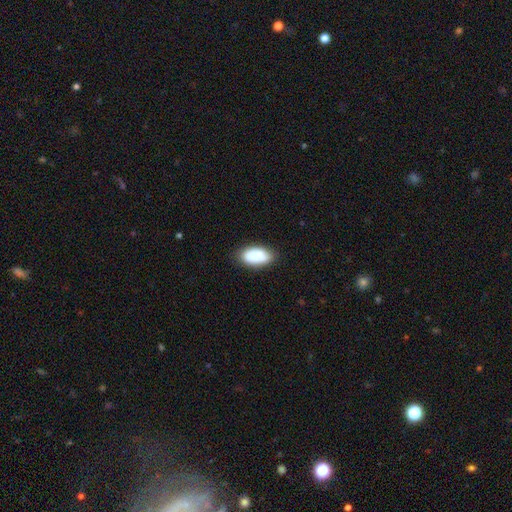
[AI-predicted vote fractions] Smooth or featured?
  - smooth: 75% *
  - featured or disk: 18%
  - star or artifact: 7%
How rounded?
  - in between: 92% *
  - cigar-shaped: 4%
  - round: 4%
Merging?
  - none: 71% *
  - minor disturbance: 16%
  - merger: 8%
  - major disturbance: 4%